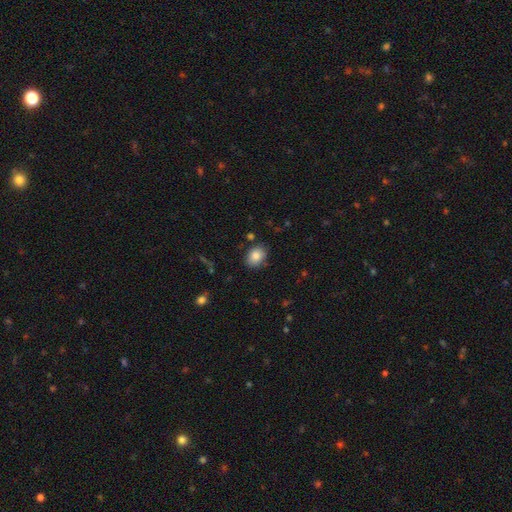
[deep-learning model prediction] smooth-or-featured: smooth: 85% | star or artifact: 8% | featured or disk: 7%
  how-rounded: in between: 71% | round: 28% | cigar-shaped: 1%
  merging: none: 83% | minor disturbance: 12% | major disturbance: 3% | merger: 3%